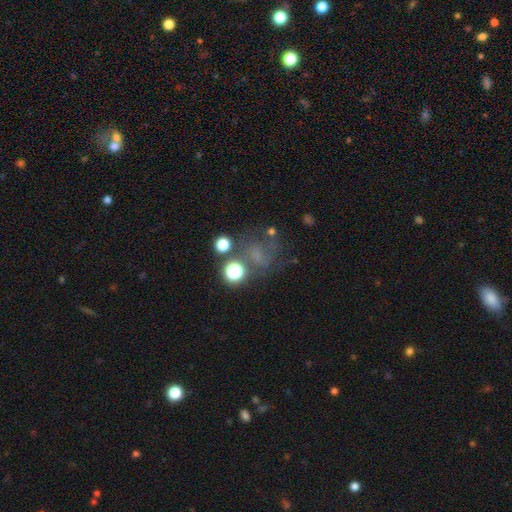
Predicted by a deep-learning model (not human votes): smooth 41%, star or artifact 33%, featured or disk 26%. Down the decision tree: merging — none (52%).